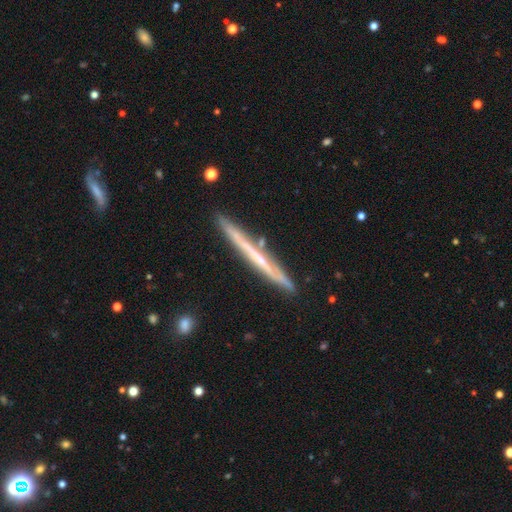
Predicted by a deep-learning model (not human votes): featured or disk 64%, smooth 31%, star or artifact 6%. Down the decision tree: edge-on disk — yes (97%); edge-on bulge — none (81%); merging — none (87%).